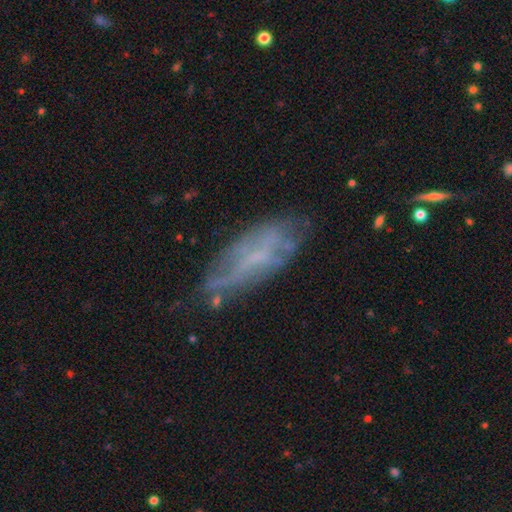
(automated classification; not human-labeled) A featured or disk galaxy (58%). Merging: none (58%).